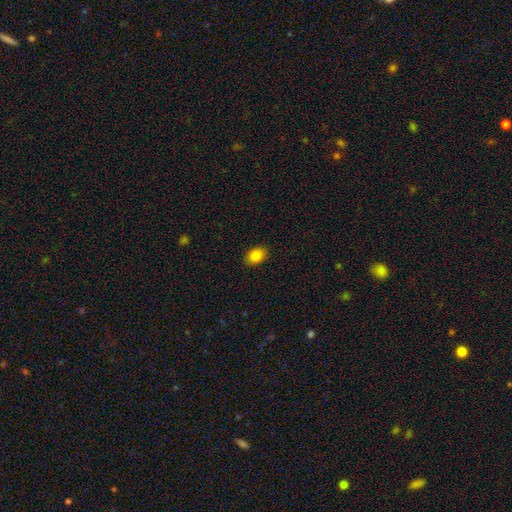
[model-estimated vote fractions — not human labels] Smooth or featured: smooth — 85% (star or artifact — 9%)
How rounded: in between — 78% (round — 21%)
Merging: none — 89% (minor disturbance — 8%)